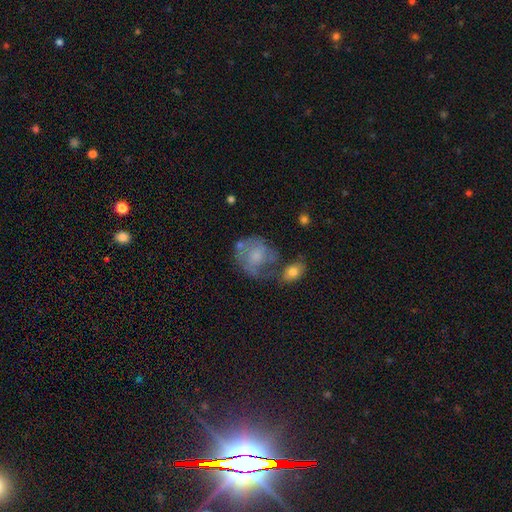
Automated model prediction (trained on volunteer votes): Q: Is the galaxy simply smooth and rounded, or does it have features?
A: smooth — 52%.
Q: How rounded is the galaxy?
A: round — 67%.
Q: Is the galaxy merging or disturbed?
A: none — 37%.